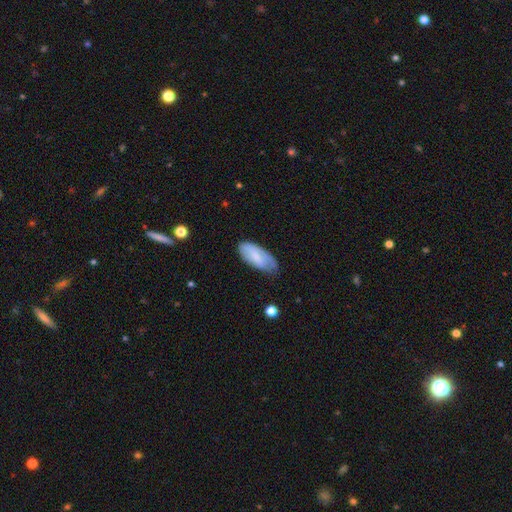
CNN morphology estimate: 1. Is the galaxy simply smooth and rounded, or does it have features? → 68% smooth, 25% featured or disk, 6% star or artifact.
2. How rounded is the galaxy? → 88% in between, 10% cigar-shaped, 2% round.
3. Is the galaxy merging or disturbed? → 58% none, 32% minor disturbance, 8% major disturbance, 2% merger.